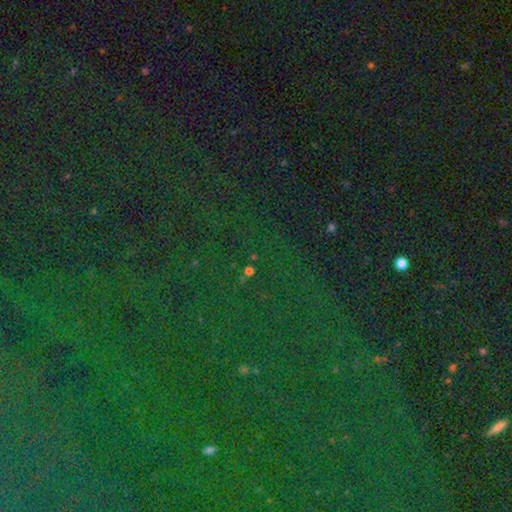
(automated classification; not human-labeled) Morphology: type=star or artifact (84%).